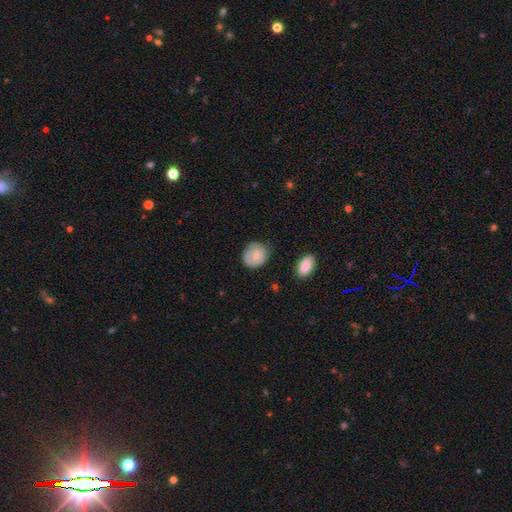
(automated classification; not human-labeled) smooth-or-featured: smooth: 61% | featured or disk: 32% | star or artifact: 6%
  how-rounded: round: 78% | in between: 22% | cigar-shaped: 1%
  merging: none: 69% | minor disturbance: 23% | major disturbance: 7% | merger: 2%